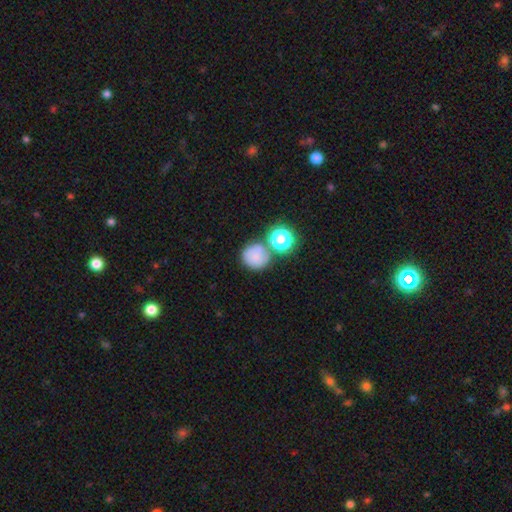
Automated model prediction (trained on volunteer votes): Overall: smooth (68%). How rounded: round (89%). Merging: none (58%; merger 22%).